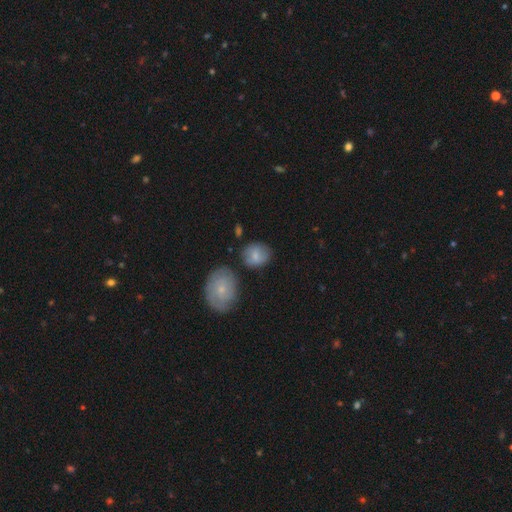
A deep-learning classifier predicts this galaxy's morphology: Q: Smooth or featured?
A: smooth (76%); runner-up: featured or disk (17%)
Q: How rounded?
A: round (63%); runner-up: in between (36%)
Q: Merging?
A: none (71%); runner-up: minor disturbance (17%)